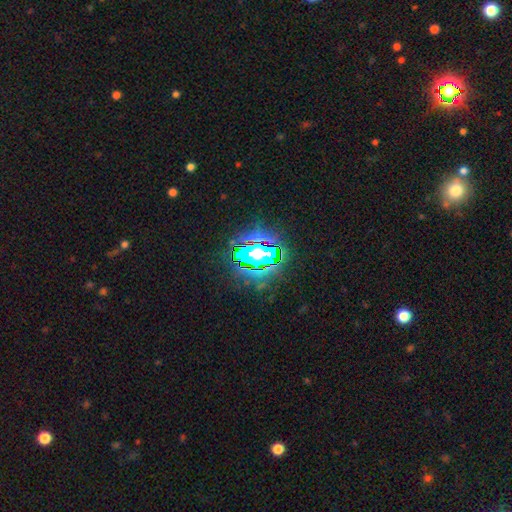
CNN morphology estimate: smooth_or_featured: star or artifact (p=0.70) [alt: featured or disk p=0.15]